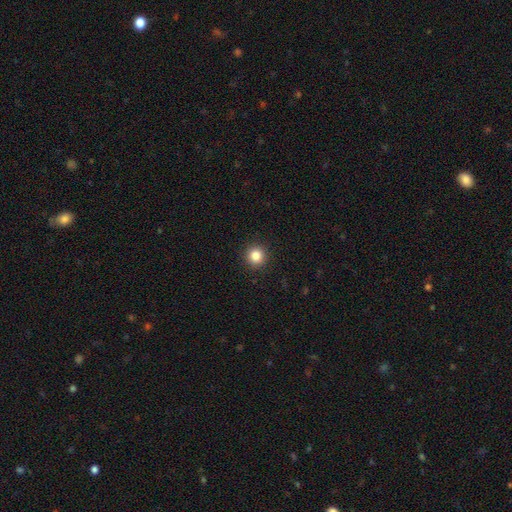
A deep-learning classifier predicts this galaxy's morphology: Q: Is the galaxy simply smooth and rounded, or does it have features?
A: smooth — 85%.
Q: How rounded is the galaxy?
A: round — 93%.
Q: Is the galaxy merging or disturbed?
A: none — 92%.